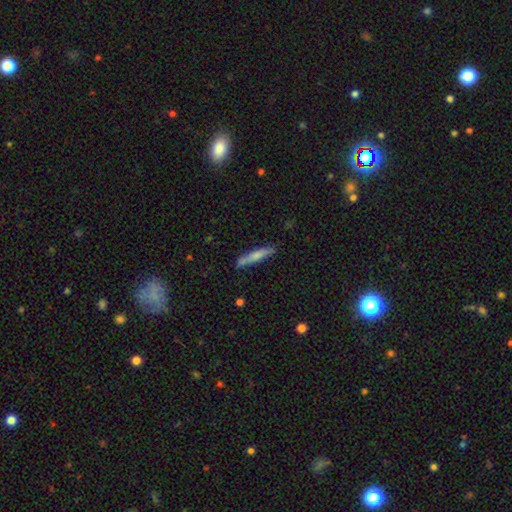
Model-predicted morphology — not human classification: The model was most divided on "smooth or featured": smooth: 68%, featured or disk: 26%, star or artifact: 6%. More confident: how rounded — cigar-shaped (92%); merging — none (80%).